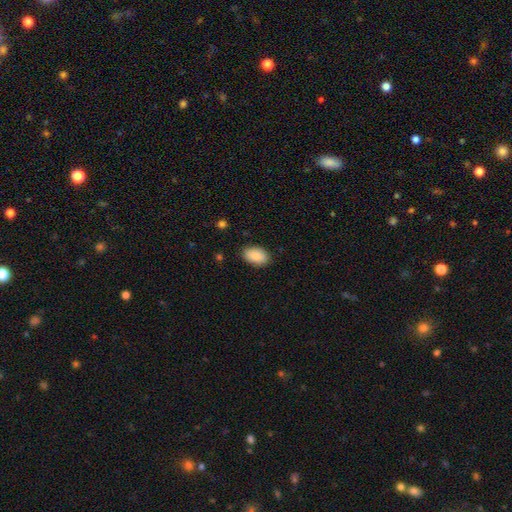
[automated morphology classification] Smooth or featured? smooth (88%)
How rounded? in between (91%)
Merging? none (86%)